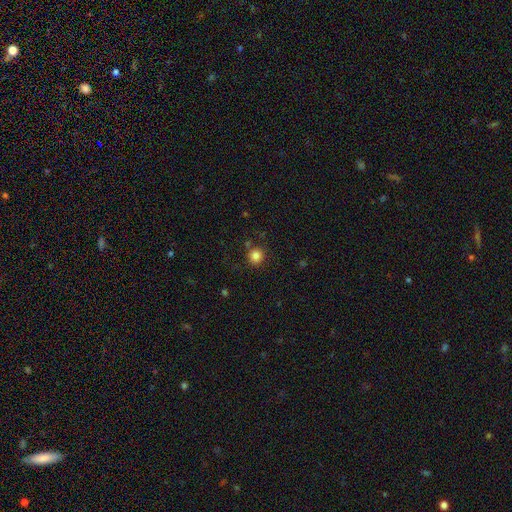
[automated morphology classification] smooth_or_featured: smooth (p=0.83) [alt: star or artifact p=0.12]
how_rounded: round (p=0.92) [alt: in between p=0.07]
merging: none (p=0.85) [alt: minor disturbance p=0.09]